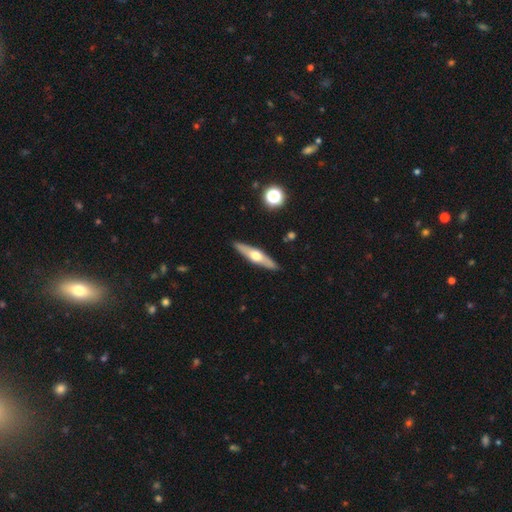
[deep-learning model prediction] This is likely a featured or disk galaxy (60%). It is clearly viewed edge-on (92%). Edge-on bulge: clearly rounded (93%). Merging: clearly none (90%).